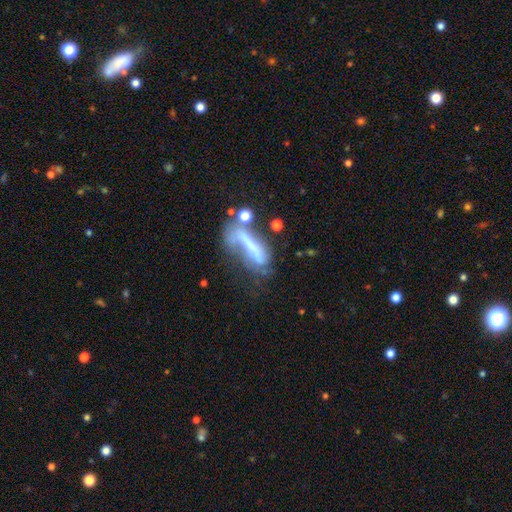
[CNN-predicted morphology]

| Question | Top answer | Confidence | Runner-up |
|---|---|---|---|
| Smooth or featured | featured or disk | 47% | smooth (41%) |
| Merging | major disturbance | 34% | none (25%) |